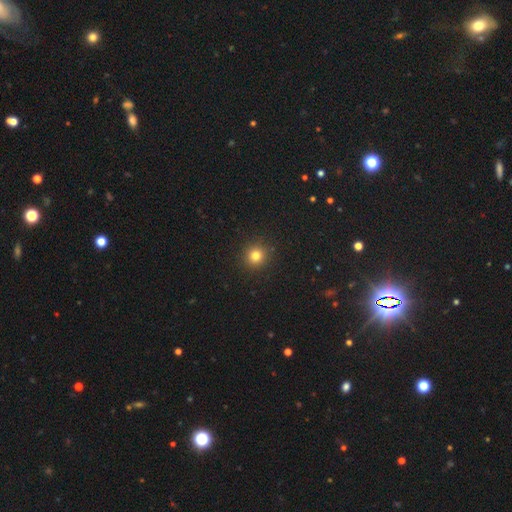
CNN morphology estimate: Smooth or featured?
  - smooth: 80% *
  - star or artifact: 14%
  - featured or disk: 5%
How rounded?
  - round: 93% *
  - in between: 6%
  - cigar-shaped: 1%
Merging?
  - none: 92% *
  - minor disturbance: 5%
  - major disturbance: 2%
  - merger: 1%